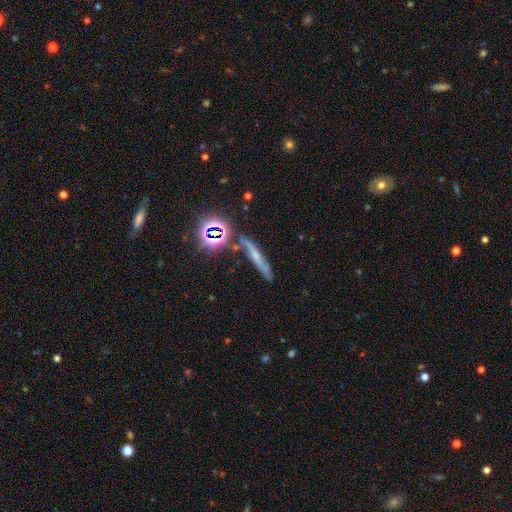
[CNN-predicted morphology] Q: Smooth or featured?
A: smooth (39%); runner-up: featured or disk (36%)
Q: Merging?
A: none (66%); runner-up: minor disturbance (19%)